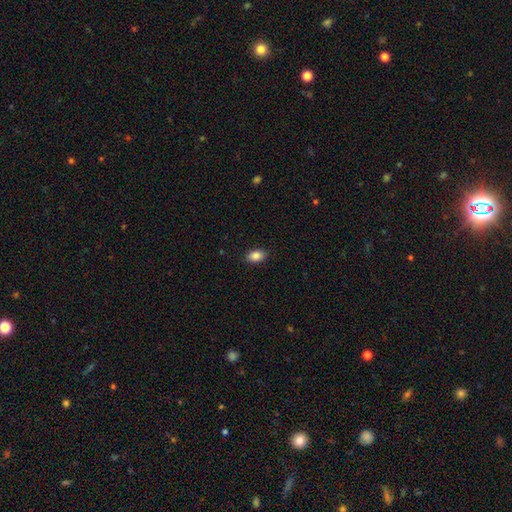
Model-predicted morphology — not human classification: This appears to be a smooth galaxy with no disk features (88%) that is in between round and cigar-shaped (87%). Merging: none (88%).